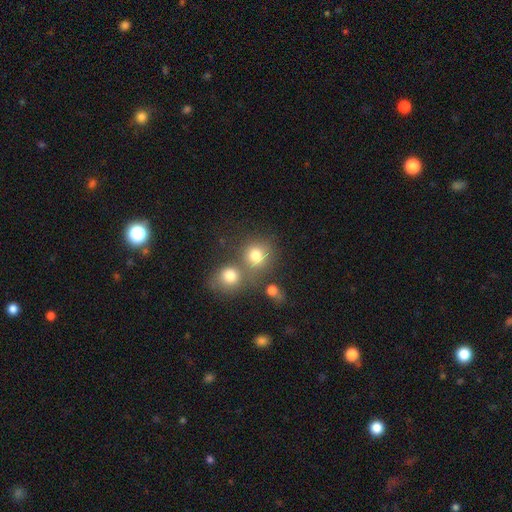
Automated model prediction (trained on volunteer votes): Smooth or featured: smooth — 77% (star or artifact — 13%)
How rounded: round — 84% (in between — 15%)
Merging: none — 50% (merger — 37%)